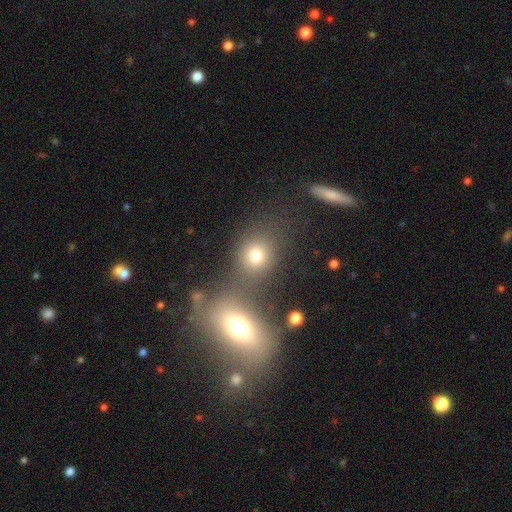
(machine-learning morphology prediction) Smooth or featured? smooth (74%)
How rounded? round (72%)
Merging? none (55%)